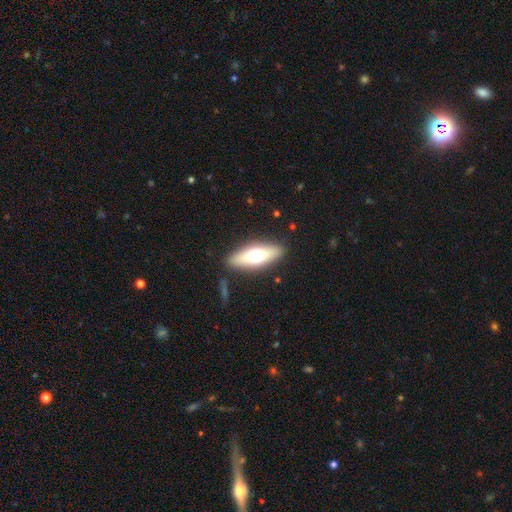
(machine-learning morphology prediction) smooth 59%, featured or disk 34%, star or artifact 7%. Down the decision tree: how rounded — in between (57%); merging — none (87%).